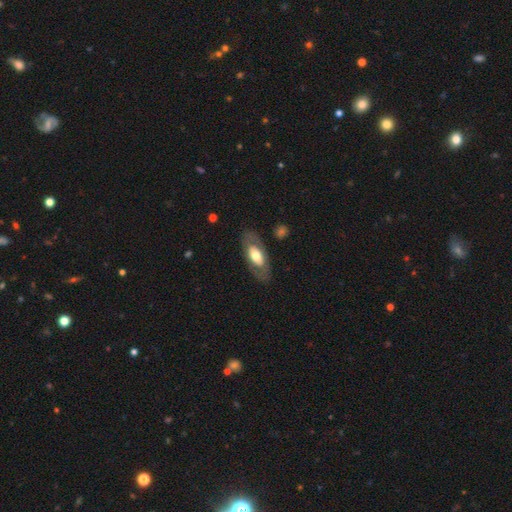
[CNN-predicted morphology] A featured or disk galaxy (48%).

Vote fractions:
- Smooth or featured? featured or disk: 48% / smooth: 47% / star or artifact: 5%
- Merging? none: 81% / minor disturbance: 12% / major disturbance: 6% / merger: 1%